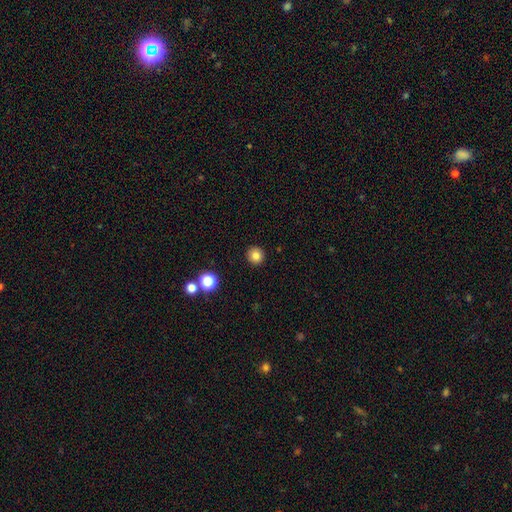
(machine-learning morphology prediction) Smooth or featured? smooth (81%)
How rounded? round (94%)
Merging? none (92%)